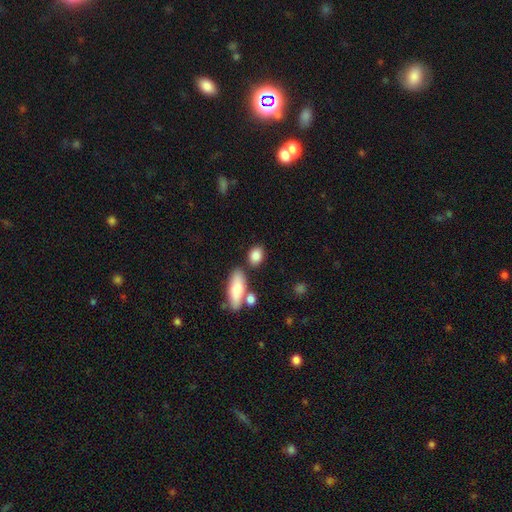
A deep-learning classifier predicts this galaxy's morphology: type=smooth (85%); roundness=in between (70%); merging=none (71%).